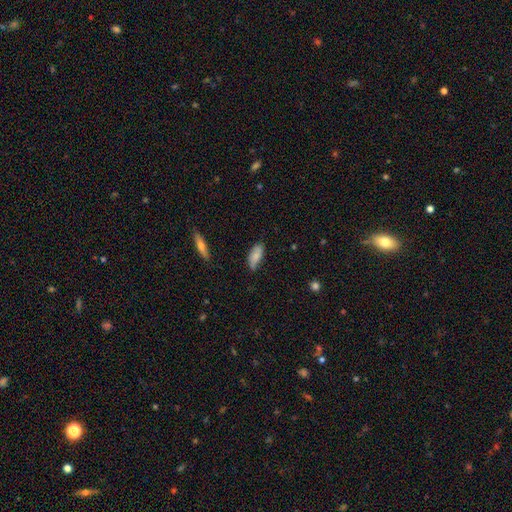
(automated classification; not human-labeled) A smooth galaxy with no disk features (76%) that is in between round and cigar-shaped (83%).

Vote fractions:
- Smooth or featured? smooth: 76% / featured or disk: 17% / star or artifact: 7%
- How rounded? in between: 83% / cigar-shaped: 15% / round: 2%
- Merging? none: 68% / minor disturbance: 26% / major disturbance: 4% / merger: 2%